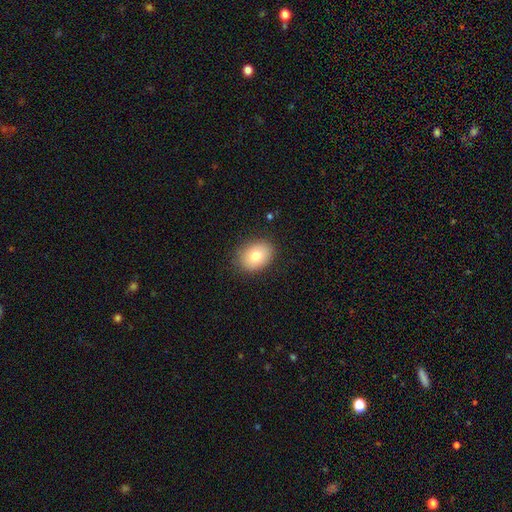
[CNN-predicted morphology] Smooth or featured? smooth (80%)
How rounded? in between (72%)
Merging? none (86%)